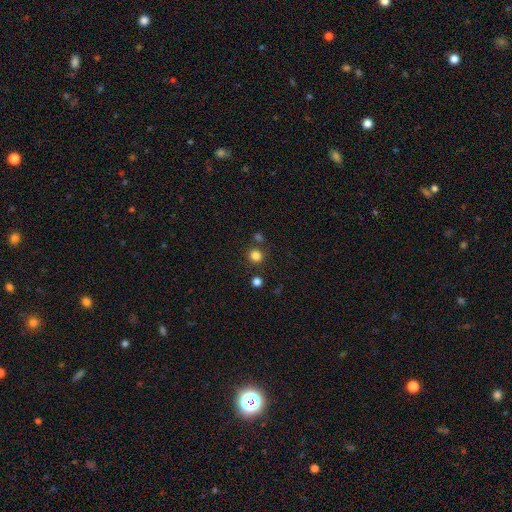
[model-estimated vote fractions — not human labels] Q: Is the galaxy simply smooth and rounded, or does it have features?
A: smooth — 82%.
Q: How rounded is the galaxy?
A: round — 92%.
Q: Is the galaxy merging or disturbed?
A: none — 81%.